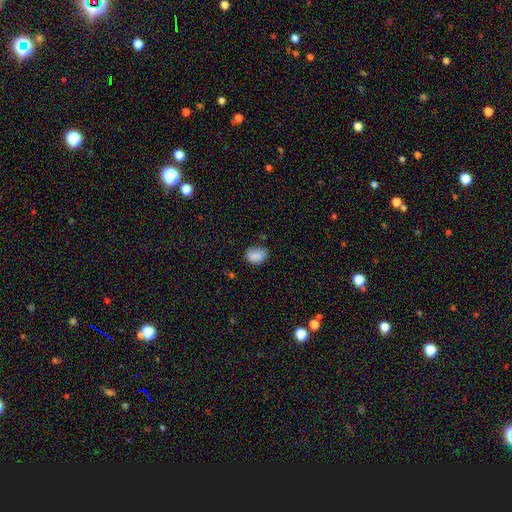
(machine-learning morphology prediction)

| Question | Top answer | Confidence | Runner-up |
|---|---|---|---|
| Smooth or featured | smooth | 86% | star or artifact (9%) |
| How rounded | in between | 70% | round (29%) |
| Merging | none | 68% | minor disturbance (25%) |